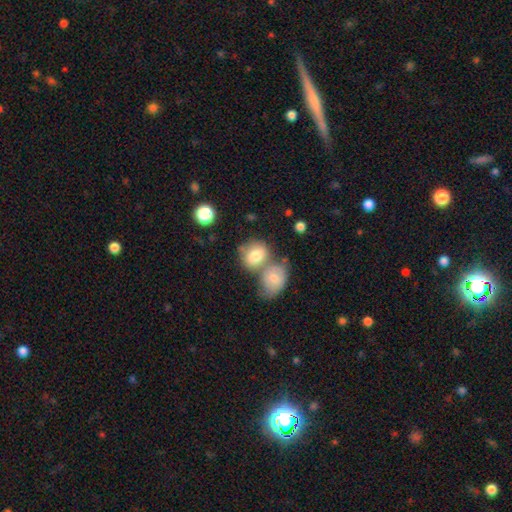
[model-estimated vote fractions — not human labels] Morphology: type=smooth (77%); roundness=in between (50%); merging=merger (53%).